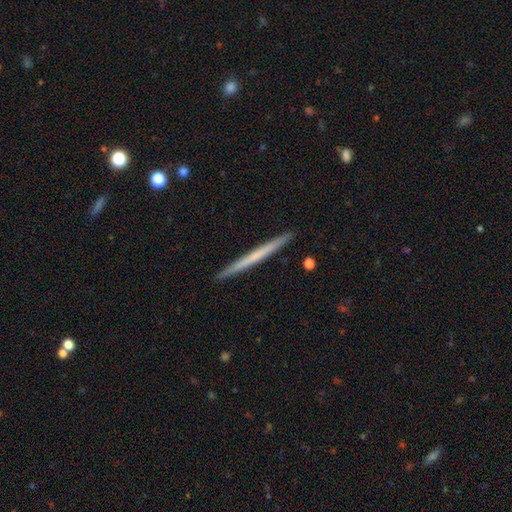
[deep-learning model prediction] Overall: featured or disk (48%; smooth 47%). Merging: none (93%).